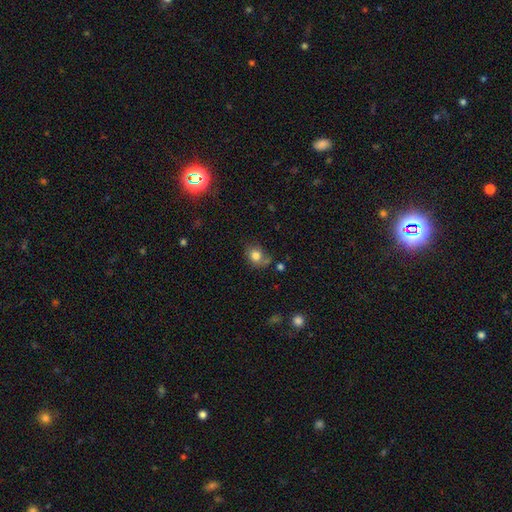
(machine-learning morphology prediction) This appears to be a smooth galaxy with no disk features (79%) that is round (59%). Merging: none (59%).